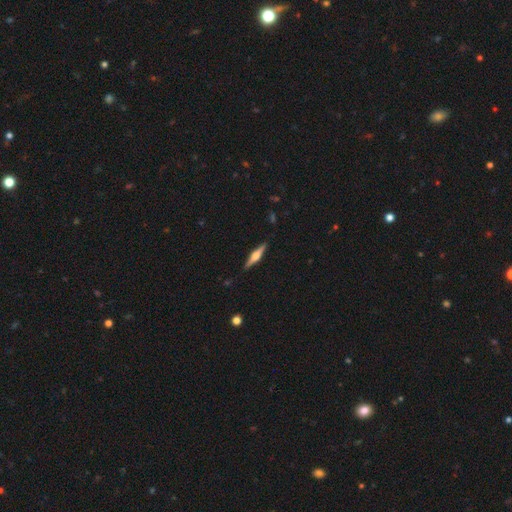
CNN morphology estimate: Smooth or featured: featured or disk — 70% (smooth — 24%)
Edge-on disk: yes — 98% (no — 2%)
Edge-on bulge: rounded — 90% (boxy — 8%)
Merging: none — 90% (minor disturbance — 7%)